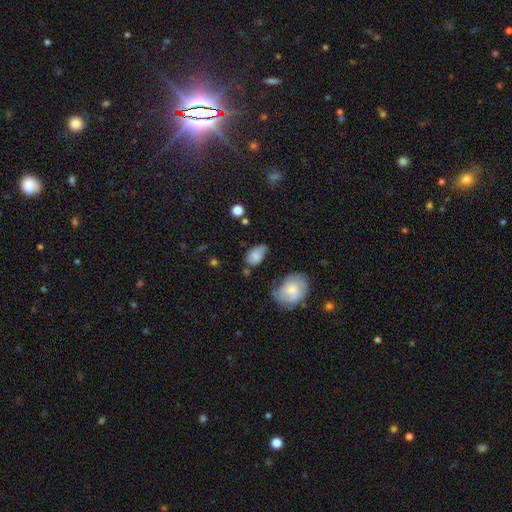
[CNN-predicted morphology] Smooth or featured: smooth — 71% (featured or disk — 20%)
How rounded: in between — 87% (round — 11%)
Merging: none — 40% (minor disturbance — 37%)